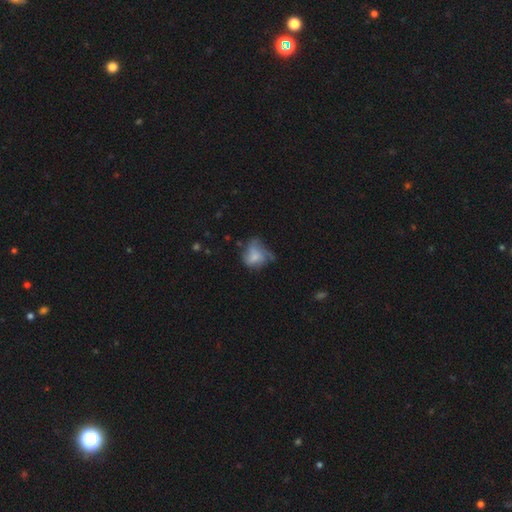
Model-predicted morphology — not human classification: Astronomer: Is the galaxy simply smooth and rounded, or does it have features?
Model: smooth — 60%.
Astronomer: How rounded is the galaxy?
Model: in between — 51% (runner-up: round, 47%).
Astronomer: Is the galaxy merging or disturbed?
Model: major disturbance — 33% (runner-up: none, 32%).